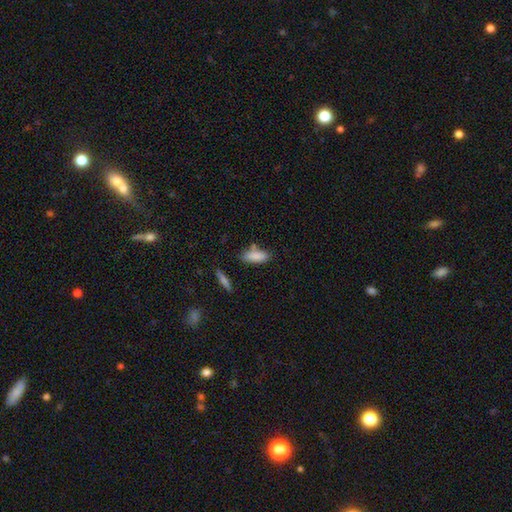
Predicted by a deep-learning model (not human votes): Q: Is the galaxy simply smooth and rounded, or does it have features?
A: smooth — 85%.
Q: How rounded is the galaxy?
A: in between — 74%.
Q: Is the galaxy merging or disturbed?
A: none — 66%.